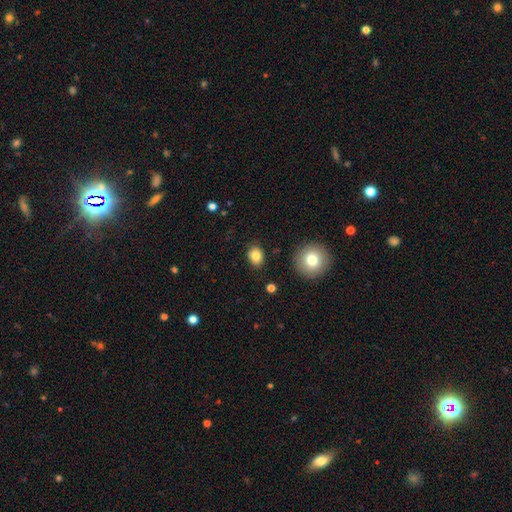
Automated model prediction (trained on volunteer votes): smooth_or_featured: smooth (p=0.82) [alt: star or artifact p=0.10]
how_rounded: round (p=0.50) [alt: in between p=0.49]
merging: none (p=0.85) [alt: minor disturbance p=0.11]